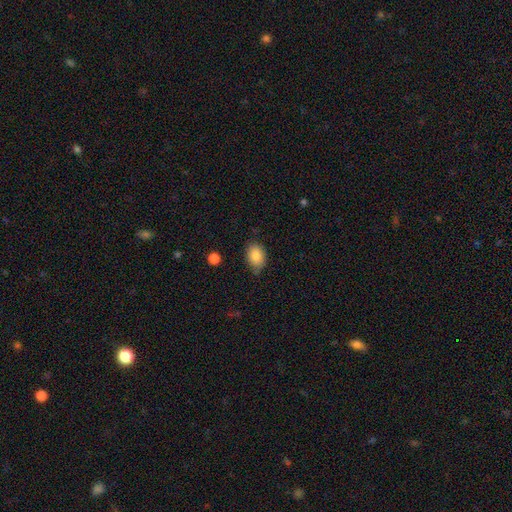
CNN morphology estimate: A smooth galaxy with no disk features (86%) that is in between round and cigar-shaped (79%). Merging: none (77%).